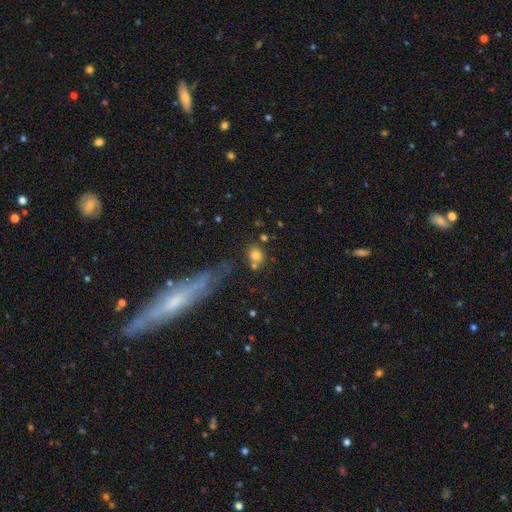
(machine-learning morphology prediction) smooth-or-featured: smooth: 78% | star or artifact: 12% | featured or disk: 10%
  how-rounded: round: 71% | in between: 27% | cigar-shaped: 2%
  merging: none: 63% | merger: 19% | minor disturbance: 12% | major disturbance: 6%